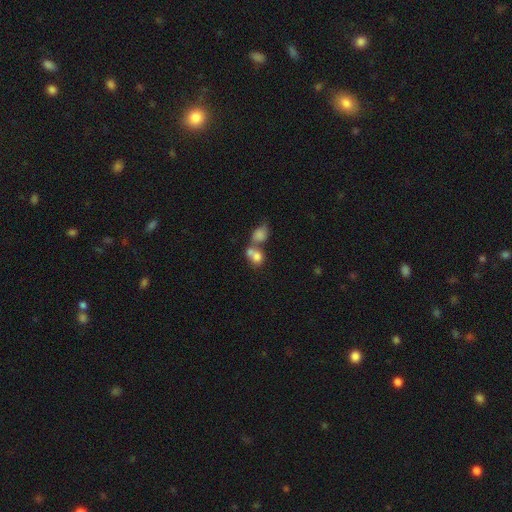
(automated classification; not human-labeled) Smooth or featured? Predicted: smooth (p=0.75). How rounded? Predicted: round (p=0.56). Merging? Predicted: merger (p=0.66).